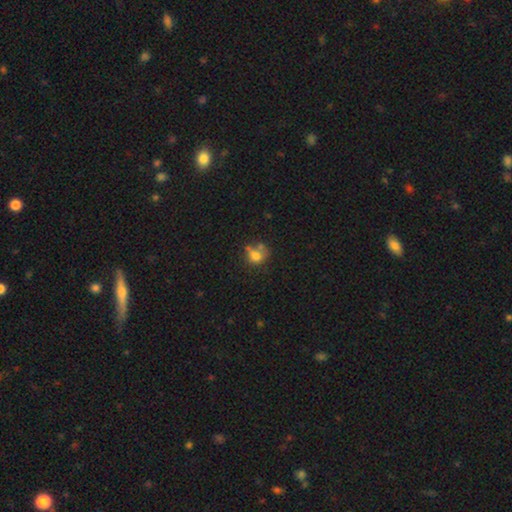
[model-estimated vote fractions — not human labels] Morphology: type=smooth (70%); roundness=round (65%); merging=none (39%).